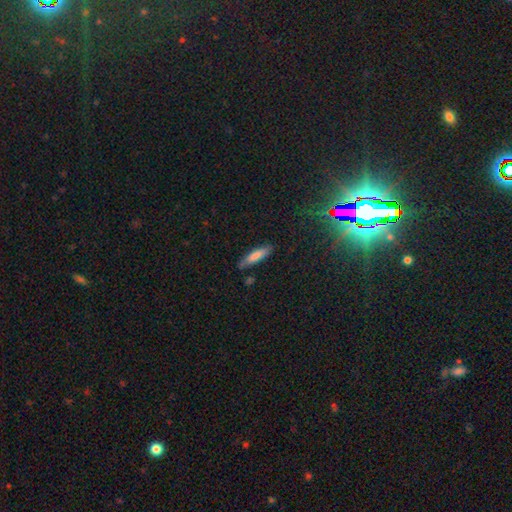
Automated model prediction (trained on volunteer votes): Smooth or featured? smooth (77%)
How rounded? cigar-shaped (76%)
Merging? none (81%)